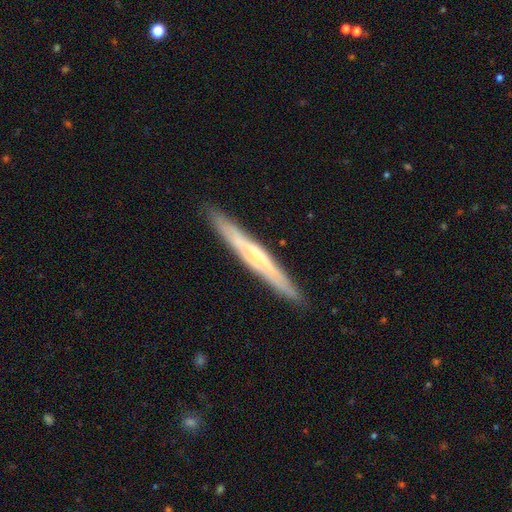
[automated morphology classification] This is likely a featured or disk galaxy (64%). It is clearly viewed edge-on (92%). Edge-on bulge: possibly rounded (48%). Merging: clearly none (90%).